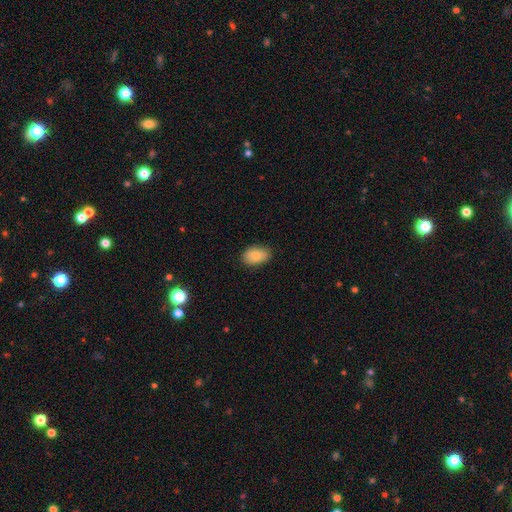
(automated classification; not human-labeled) Morphology: type=smooth (81%); roundness=in between (88%); merging=none (84%).